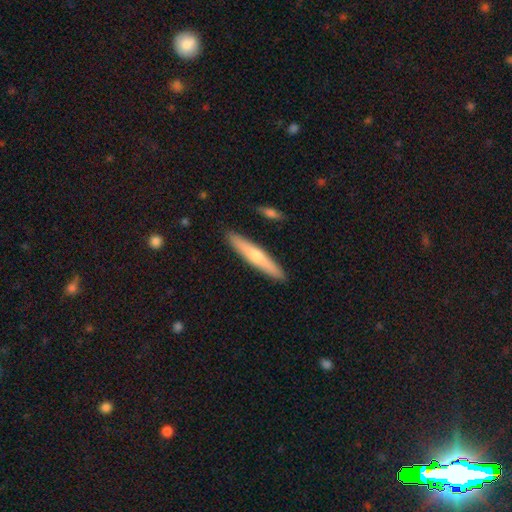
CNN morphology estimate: featured or disk 48%, smooth 45%, star or artifact 7%. Down the decision tree: merging — none (90%).